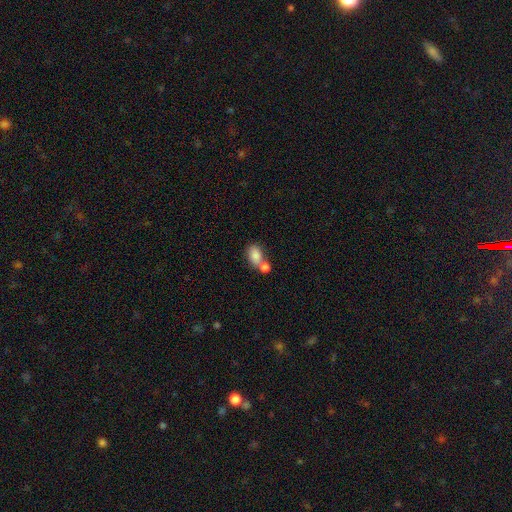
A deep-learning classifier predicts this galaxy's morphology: This appears to be a smooth galaxy with no disk features (82%) that is in between round and cigar-shaped (80%). Merging: merger (58%).